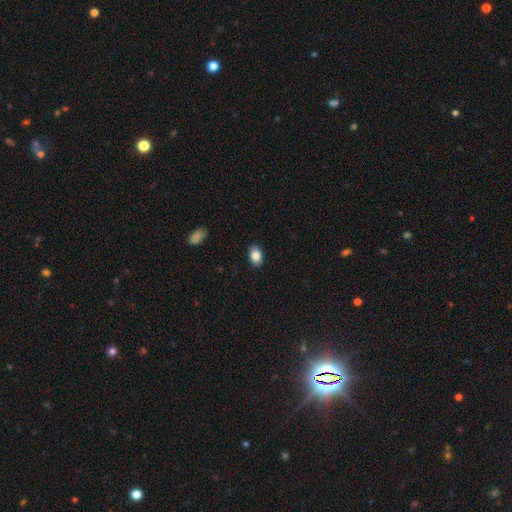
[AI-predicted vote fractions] A smooth galaxy with no disk features (84%) that is in between round and cigar-shaped (86%). Merging: none (89%).